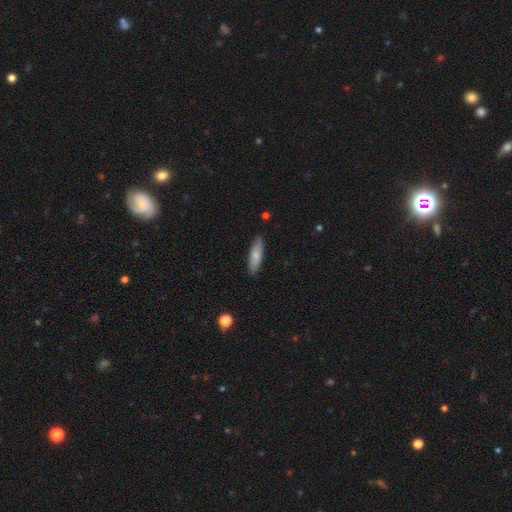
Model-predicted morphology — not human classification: This appears to be a smooth galaxy with no disk features (78%) that is cigar-shaped (60%). Merging: none (87%).